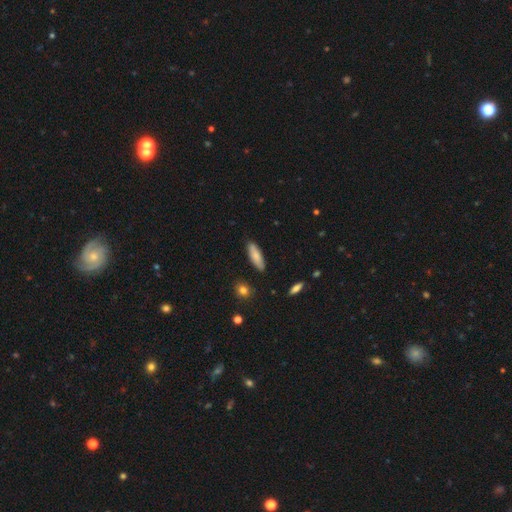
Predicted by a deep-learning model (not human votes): This is clearly a smooth galaxy (81%). How rounded: possibly cigar-shaped (51%). Merging: clearly none (86%).